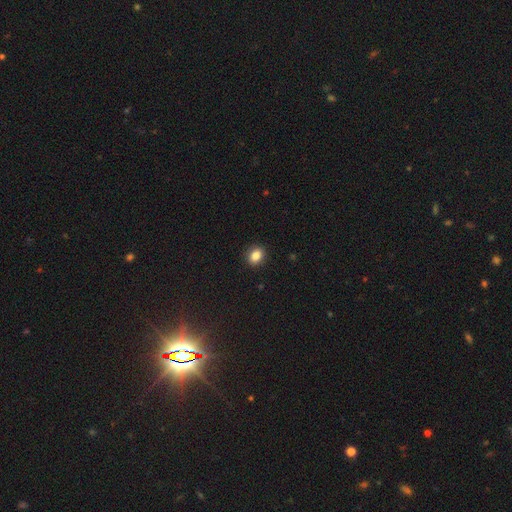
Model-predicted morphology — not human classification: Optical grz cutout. It shows a smooth galaxy with no disk features (86%) that is round (54%). Merging: none (90%).